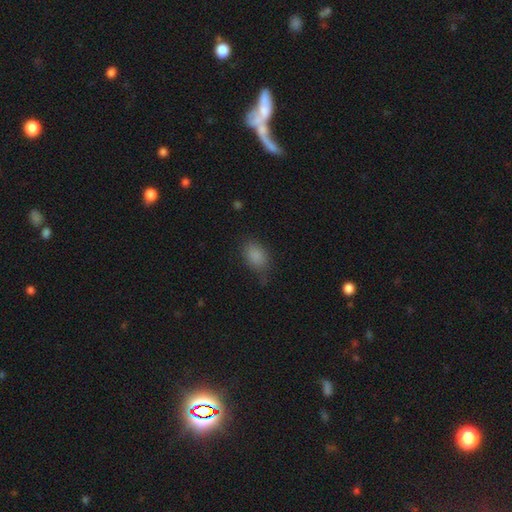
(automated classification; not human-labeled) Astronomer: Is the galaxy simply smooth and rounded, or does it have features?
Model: smooth — 86%.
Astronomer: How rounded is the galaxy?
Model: in between — 84%.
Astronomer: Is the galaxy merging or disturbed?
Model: none — 68%.